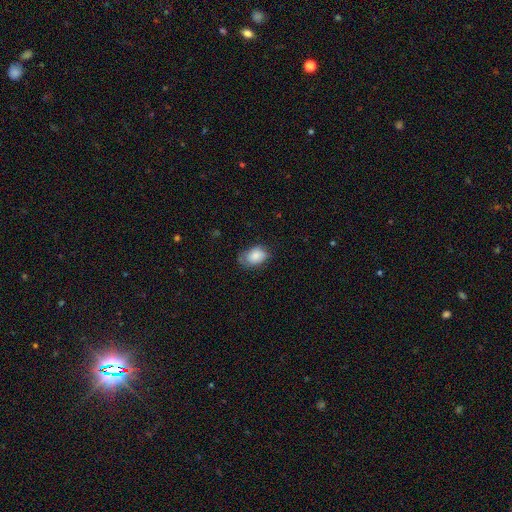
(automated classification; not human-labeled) The model was most divided on "merging": none: 59%, minor disturbance: 31%, major disturbance: 9%, merger: 2%. More confident: how rounded — in between (82%); smooth or featured — smooth (80%).